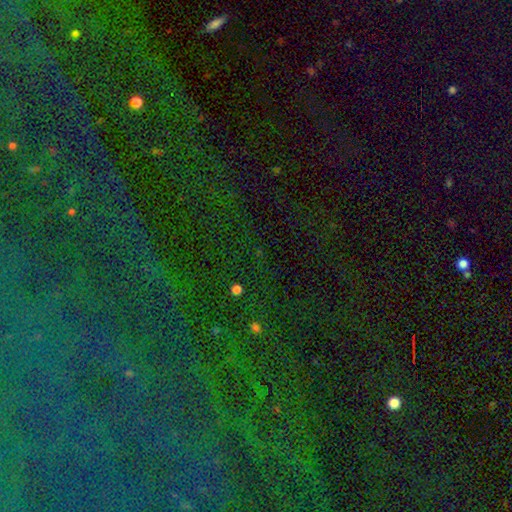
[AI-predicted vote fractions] The model was most divided on "smooth or featured": star or artifact: 80%, smooth: 10%, featured or disk: 10%.